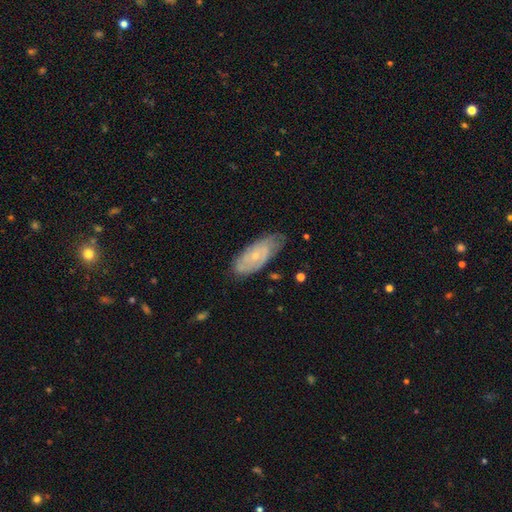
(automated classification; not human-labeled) This is likely a featured or disk galaxy (63%). It is clearly not viewed edge-on (90%). Bar: likely no (78%). Spiral arm pattern: likely yes (78%). Central bulge: likely small (72%). Merging: likely none (67%).